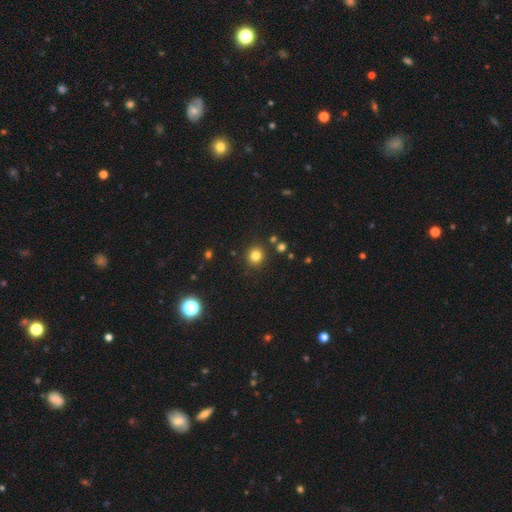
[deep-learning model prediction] This appears to be a smooth galaxy with no disk features (81%) that is round (87%). Merging: none (87%).